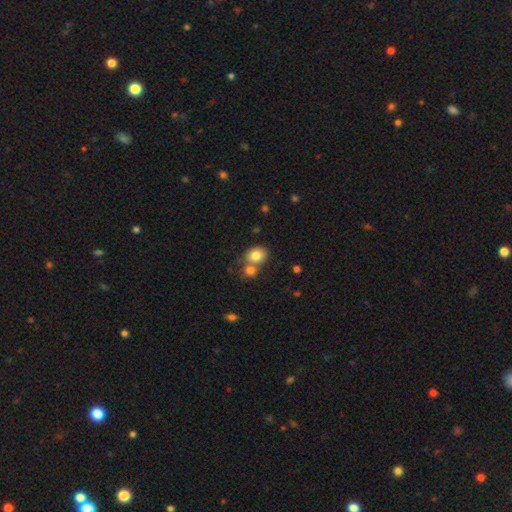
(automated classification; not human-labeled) Q: Smooth or featured?
A: smooth (81%); runner-up: featured or disk (10%)
Q: How rounded?
A: round (57%); runner-up: in between (42%)
Q: Merging?
A: none (48%); runner-up: merger (39%)